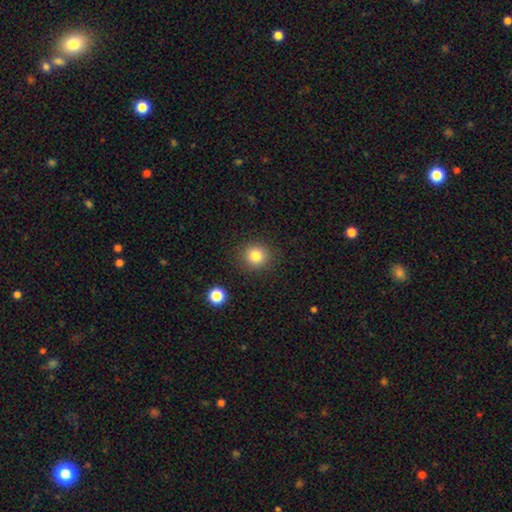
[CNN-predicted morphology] Smooth or featured? Predicted: smooth (p=0.82). How rounded? Predicted: round (p=0.90). Merging? Predicted: none (p=0.89).